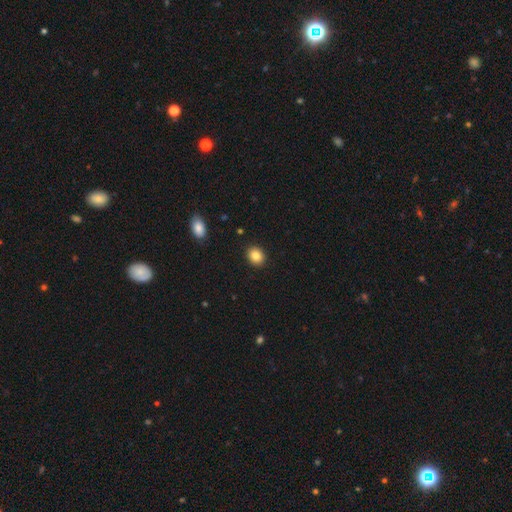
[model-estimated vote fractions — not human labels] This is clearly a smooth galaxy (84%). How rounded: possibly round (59%). Merging: clearly none (91%).